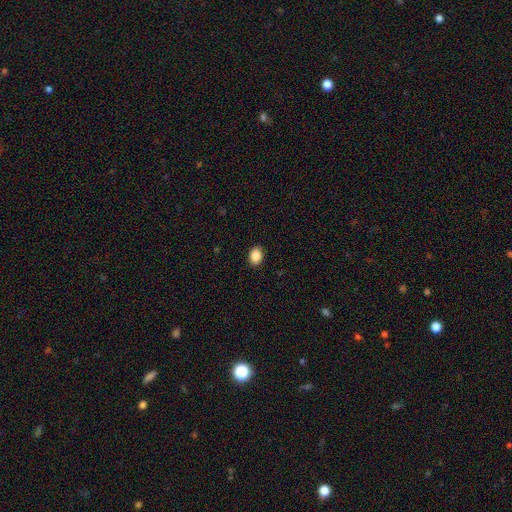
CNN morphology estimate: smooth_or_featured: smooth (p=0.88) [alt: star or artifact p=0.08]
how_rounded: in between (p=0.70) [alt: round p=0.29]
merging: none (p=0.90) [alt: minor disturbance p=0.07]